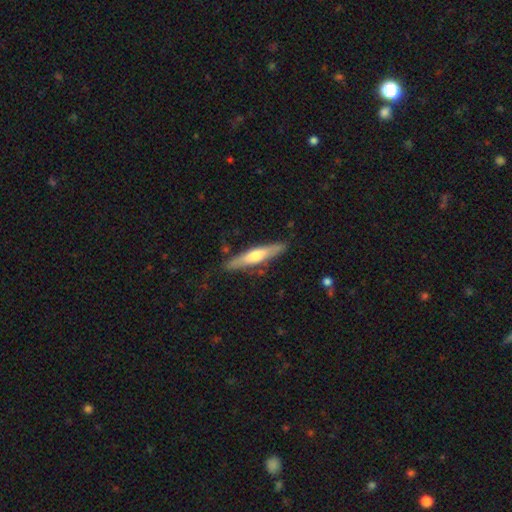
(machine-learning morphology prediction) Q: Smooth or featured?
A: smooth (49%); runner-up: featured or disk (46%)
Q: Merging?
A: none (84%); runner-up: minor disturbance (11%)